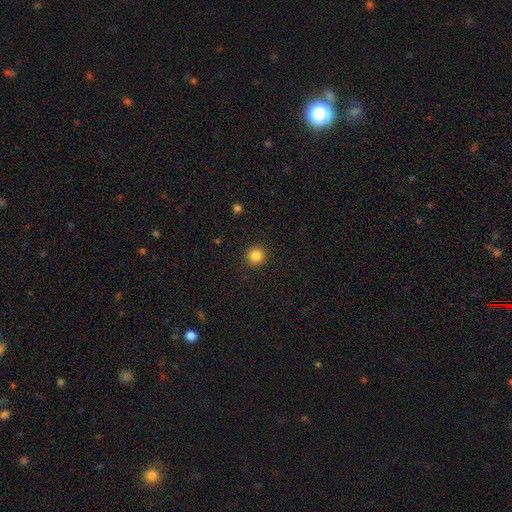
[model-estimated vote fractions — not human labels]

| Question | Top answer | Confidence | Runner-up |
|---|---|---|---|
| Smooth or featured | smooth | 85% | star or artifact (11%) |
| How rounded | round | 95% | in between (5%) |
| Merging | none | 92% | minor disturbance (5%) |